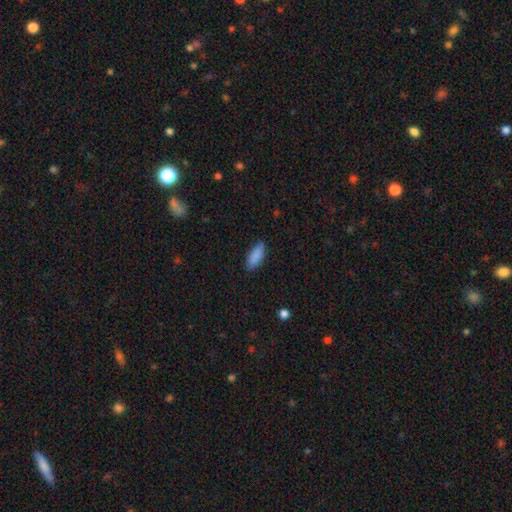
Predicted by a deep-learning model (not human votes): The model was most divided on "how rounded": in between: 76%, cigar-shaped: 22%, round: 2%. More confident: smooth or featured — smooth (88%); merging — none (84%).